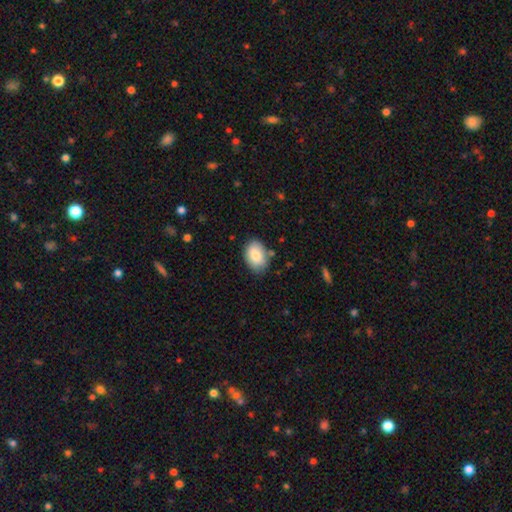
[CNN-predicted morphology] Smooth or featured: smooth — 83% (featured or disk — 10%)
How rounded: in between — 86% (round — 13%)
Merging: none — 79% (minor disturbance — 16%)